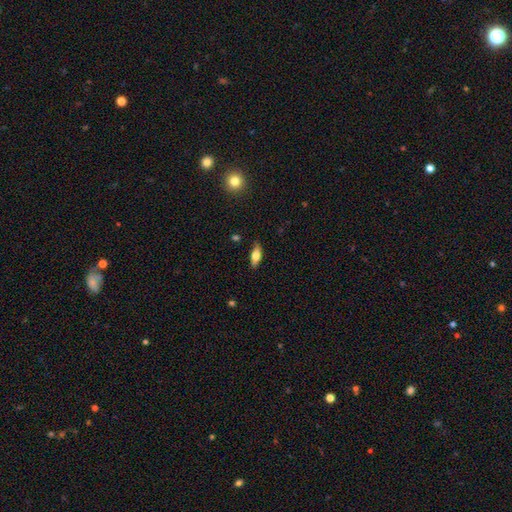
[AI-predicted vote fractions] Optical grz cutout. It shows a smooth galaxy with no disk features (68%) that is in between round and cigar-shaped (73%). Merging: none (82%).